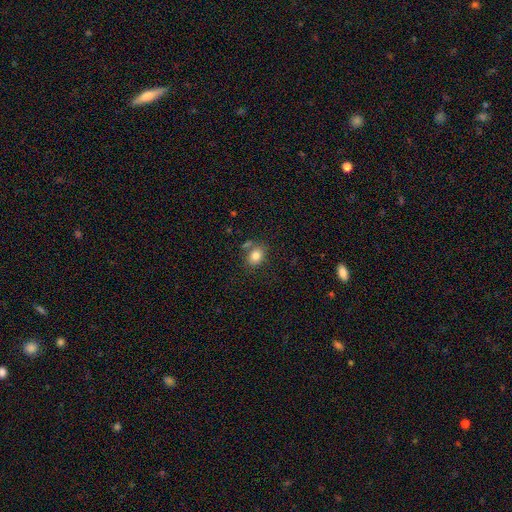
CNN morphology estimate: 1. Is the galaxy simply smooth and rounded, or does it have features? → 82% smooth, 10% star or artifact, 8% featured or disk.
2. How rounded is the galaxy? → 57% in between, 42% round, 1% cigar-shaped.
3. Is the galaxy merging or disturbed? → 67% none, 15% minor disturbance, 13% merger, 5% major disturbance.